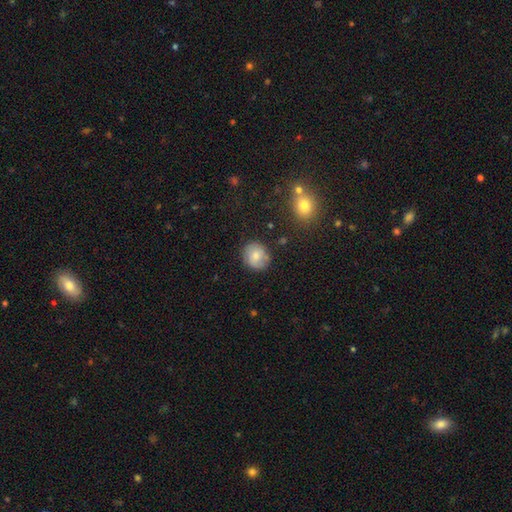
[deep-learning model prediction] smooth_or_featured: smooth (p=0.73) [alt: featured or disk p=0.19]
how_rounded: round (p=0.79) [alt: in between p=0.20]
merging: none (p=0.80) [alt: minor disturbance p=0.14]